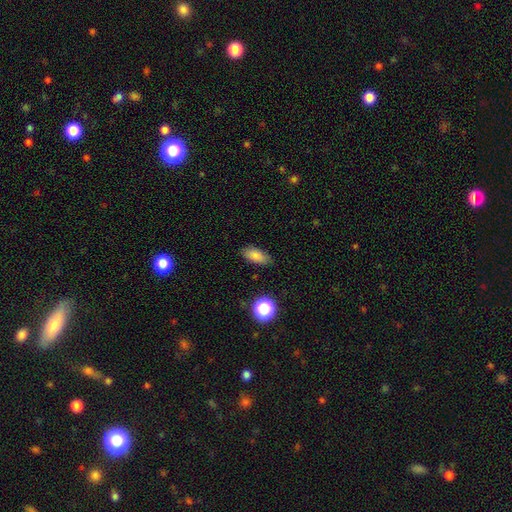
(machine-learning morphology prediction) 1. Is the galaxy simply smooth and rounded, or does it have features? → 81% smooth, 10% star or artifact, 9% featured or disk.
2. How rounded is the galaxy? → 84% in between, 11% cigar-shaped, 5% round.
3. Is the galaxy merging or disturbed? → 82% none, 13% minor disturbance, 3% major disturbance, 1% merger.